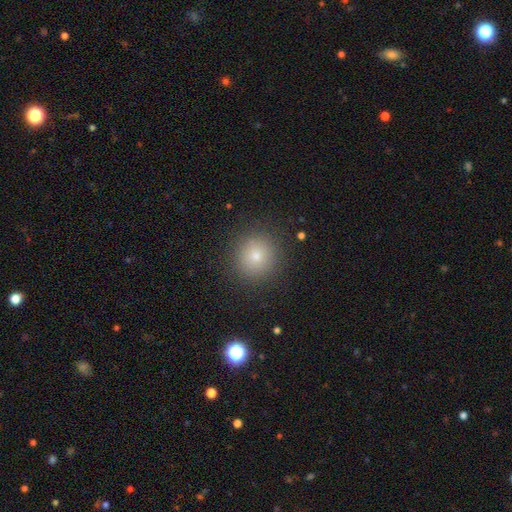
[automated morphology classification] Smooth or featured? smooth (75%)
How rounded? round (94%)
Merging? none (90%)